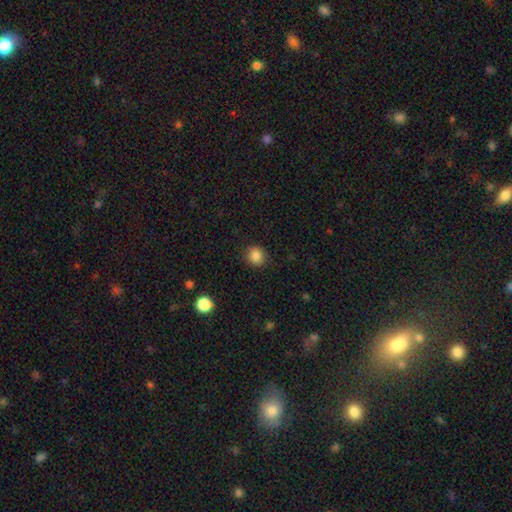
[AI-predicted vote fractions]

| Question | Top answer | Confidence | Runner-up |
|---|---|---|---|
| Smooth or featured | smooth | 86% | star or artifact (10%) |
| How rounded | round | 82% | in between (17%) |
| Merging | none | 89% | minor disturbance (8%) |